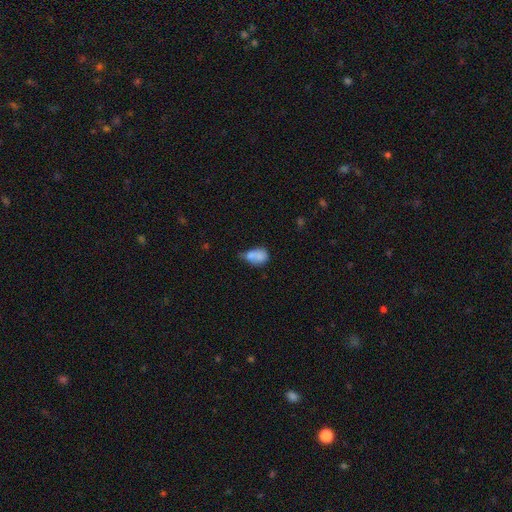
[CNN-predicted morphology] The model was most divided on "merging": merger: 39%, none: 25%, minor disturbance: 25%, major disturbance: 12%. More confident: smooth or featured — smooth (74%); how rounded — in between (73%).